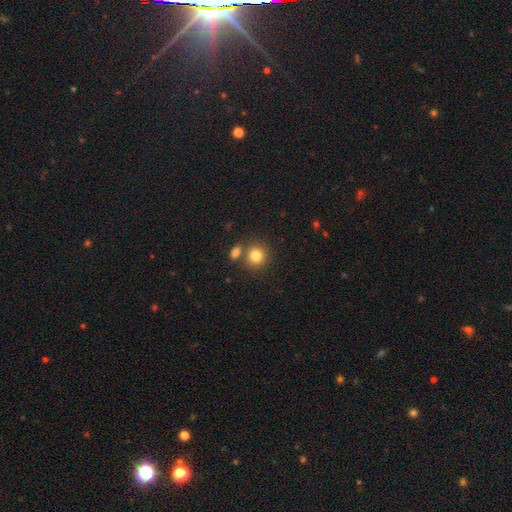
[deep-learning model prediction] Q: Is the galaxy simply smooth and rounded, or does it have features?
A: smooth — 82%.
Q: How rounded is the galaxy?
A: round — 85%.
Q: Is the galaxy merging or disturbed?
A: none — 67%.